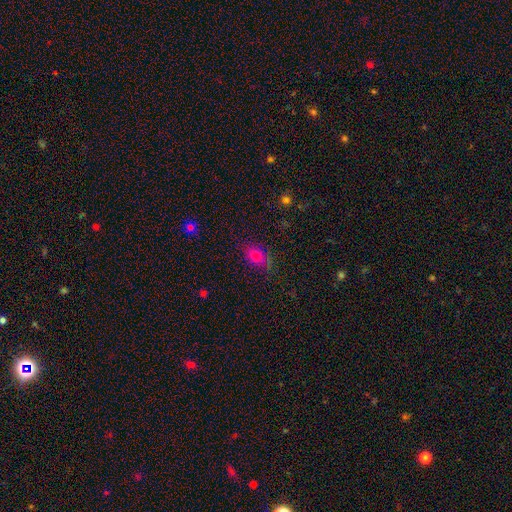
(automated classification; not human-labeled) Overall: smooth (76%). How rounded: in between (71%). Merging: none (77%).